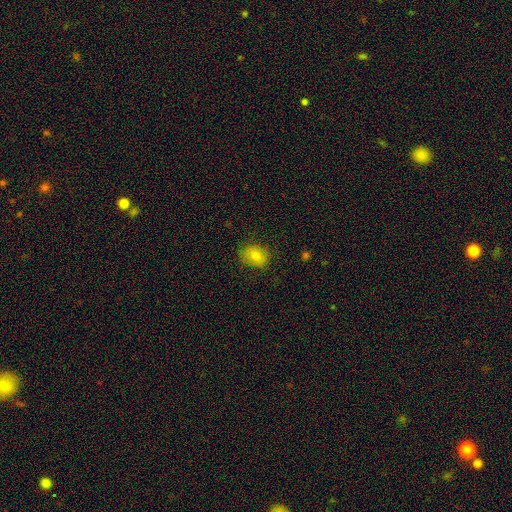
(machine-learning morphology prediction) type=smooth (78%); roundness=in between (60%); merging=none (80%).